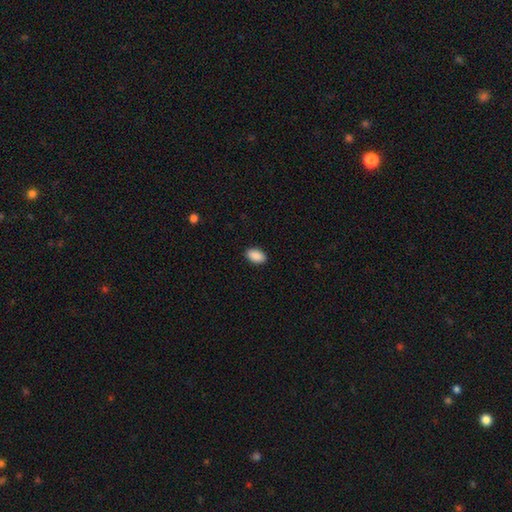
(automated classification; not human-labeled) This appears to be a smooth galaxy with no disk features (91%) that is in between round and cigar-shaped (94%). Merging: none (90%).